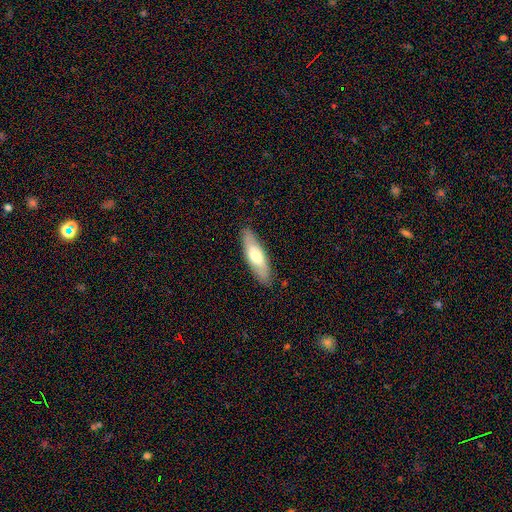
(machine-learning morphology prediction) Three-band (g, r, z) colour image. It shows a smooth galaxy with no disk features (61%) that is cigar-shaped (50%). Merging: none (87%).